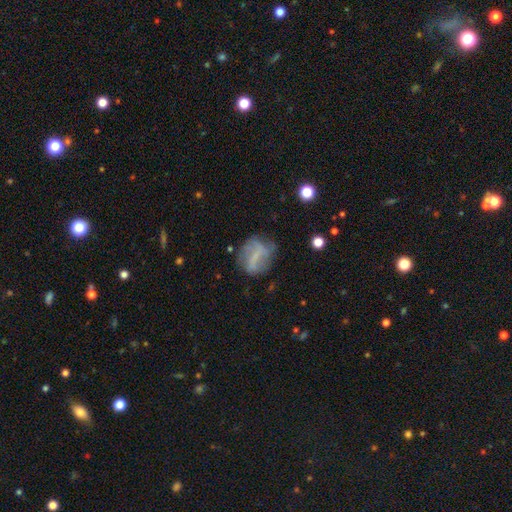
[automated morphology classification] featured or disk 55%, smooth 34%, star or artifact 11%. Down the decision tree: edge-on disk — no (95%); bar — strong (39%); spiral arms — yes (54%); bulge size — none (60%); merging — none (54%).